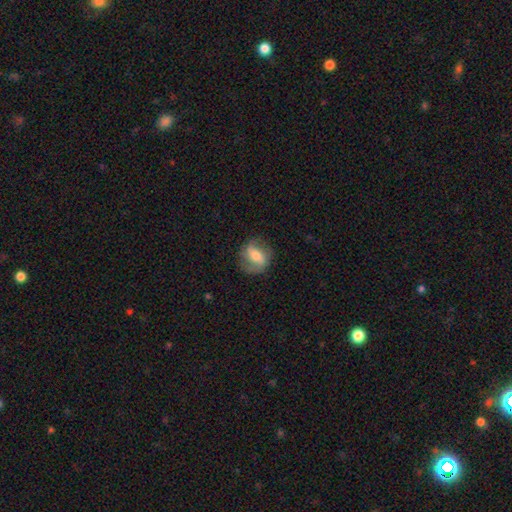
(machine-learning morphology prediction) Q: Smooth or featured?
A: featured or disk (53%); runner-up: smooth (40%)
Q: Edge-on disk?
A: no (94%); runner-up: yes (6%)
Q: Merging?
A: none (73%); runner-up: minor disturbance (18%)